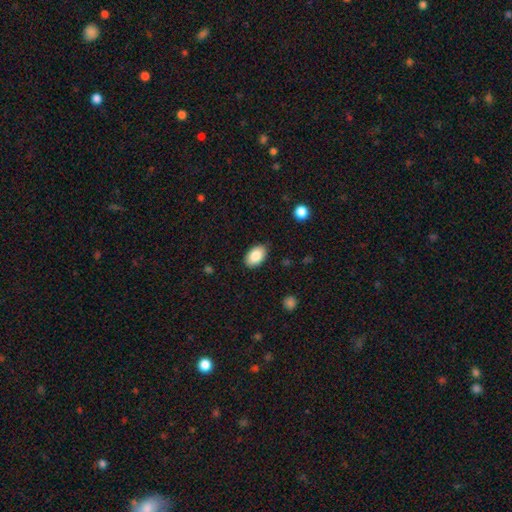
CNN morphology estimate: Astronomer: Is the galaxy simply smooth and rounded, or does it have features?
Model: smooth — 86%.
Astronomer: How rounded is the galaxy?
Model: in between — 91%.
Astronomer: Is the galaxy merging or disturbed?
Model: none — 84%.